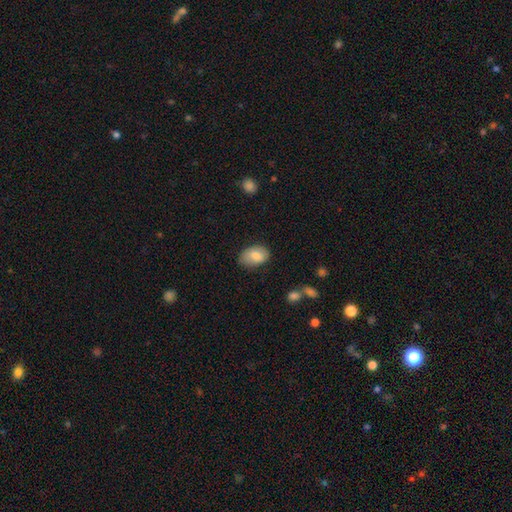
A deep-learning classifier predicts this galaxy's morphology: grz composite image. It shows a smooth galaxy with no disk features (81%) that is in between round and cigar-shaped (88%). Merging: none (73%).